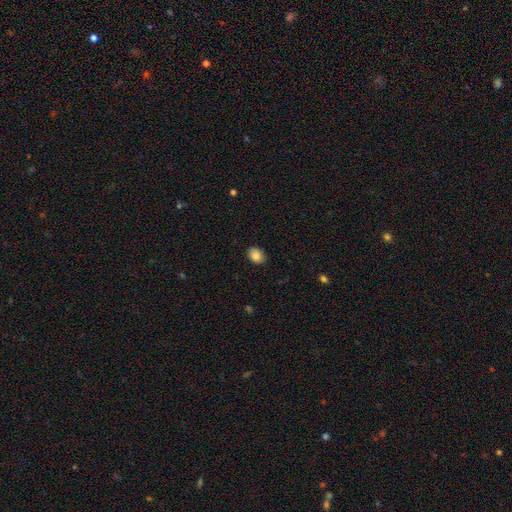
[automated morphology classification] smooth-or-featured: smooth: 84% | star or artifact: 8% | featured or disk: 8%
  how-rounded: in between: 66% | round: 33% | cigar-shaped: 1%
  merging: none: 87% | minor disturbance: 10% | major disturbance: 2% | merger: 1%